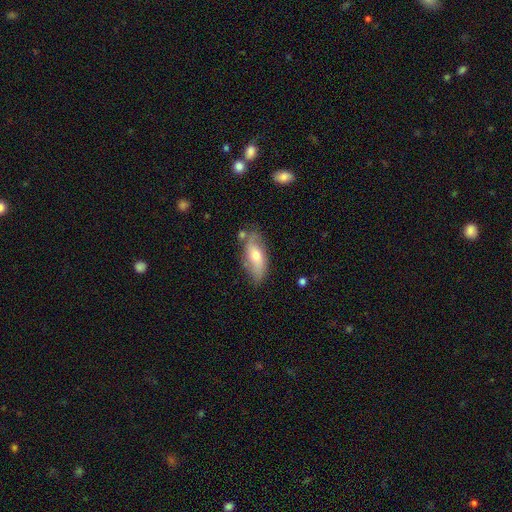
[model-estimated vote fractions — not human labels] This appears to be a featured or disk galaxy (47%). Merging: none (67%).